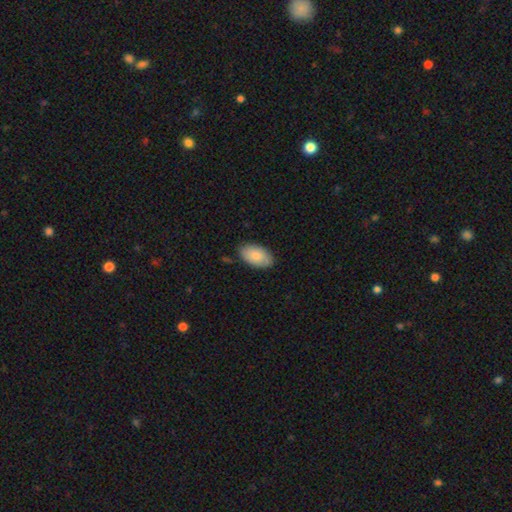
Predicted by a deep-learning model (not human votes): Q: Smooth or featured?
A: smooth (84%); runner-up: featured or disk (10%)
Q: How rounded?
A: in between (95%); runner-up: round (4%)
Q: Merging?
A: none (84%); runner-up: minor disturbance (12%)